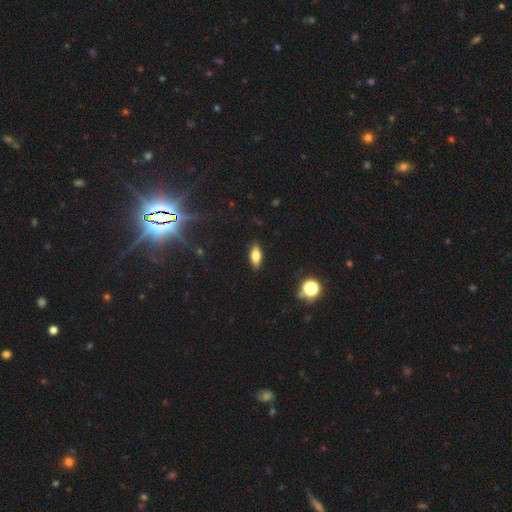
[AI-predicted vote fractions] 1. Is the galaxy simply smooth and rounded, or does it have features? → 65% smooth, 26% featured or disk, 9% star or artifact.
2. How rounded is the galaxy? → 76% in between, 20% cigar-shaped, 4% round.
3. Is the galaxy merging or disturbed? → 88% none, 9% minor disturbance, 2% major disturbance, 1% merger.